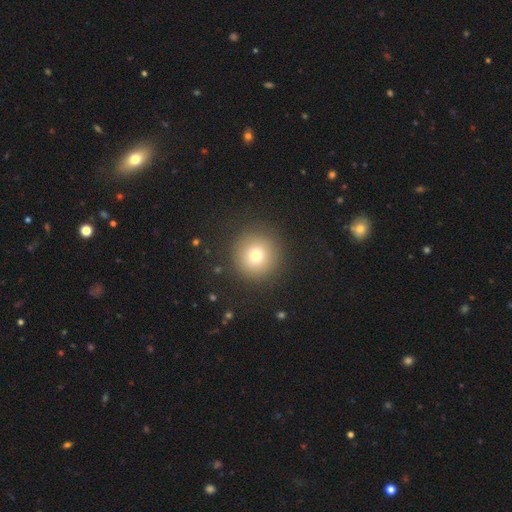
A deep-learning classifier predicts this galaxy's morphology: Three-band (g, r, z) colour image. It shows a smooth galaxy with no disk features (75%) that is round (95%). Merging: none (89%).